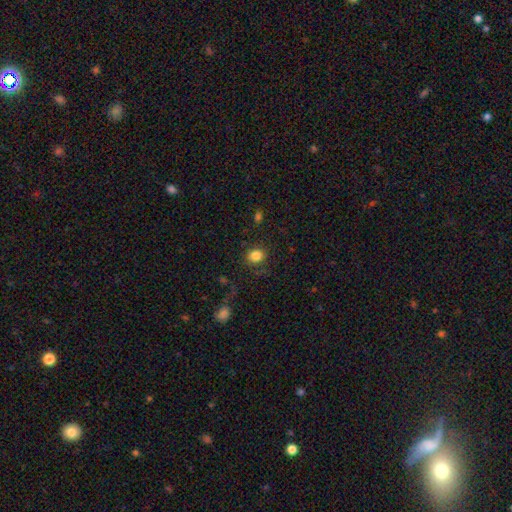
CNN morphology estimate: Smooth or featured?
  - smooth: 84% *
  - star or artifact: 11%
  - featured or disk: 5%
How rounded?
  - round: 76% *
  - in between: 23%
  - cigar-shaped: 1%
Merging?
  - none: 84% *
  - minor disturbance: 10%
  - major disturbance: 4%
  - merger: 2%